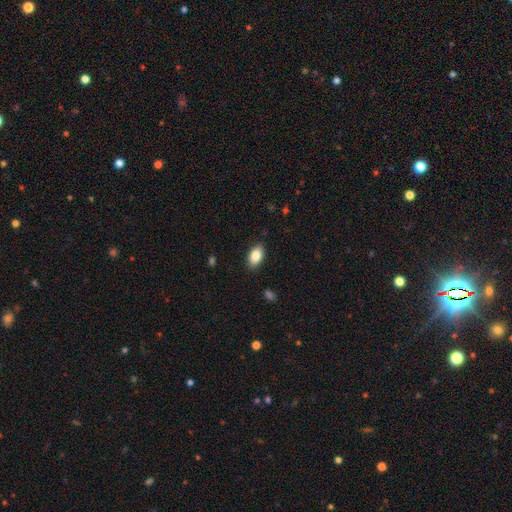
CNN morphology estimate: type=smooth (84%); roundness=in between (92%); merging=none (87%).